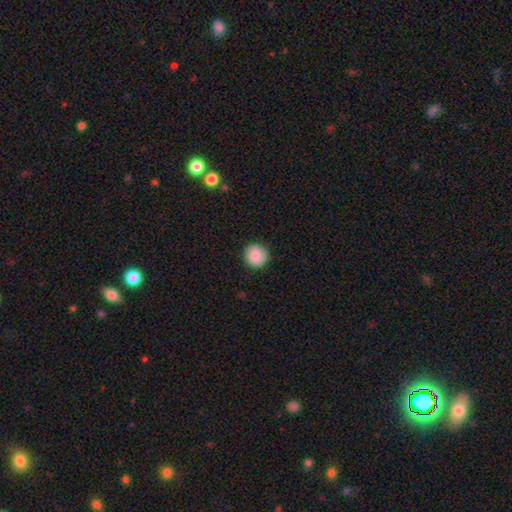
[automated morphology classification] The model was most divided on "merging": none: 87%, minor disturbance: 10%, major disturbance: 2%, merger: 1%. More confident: how rounded — round (91%); smooth or featured — smooth (86%).